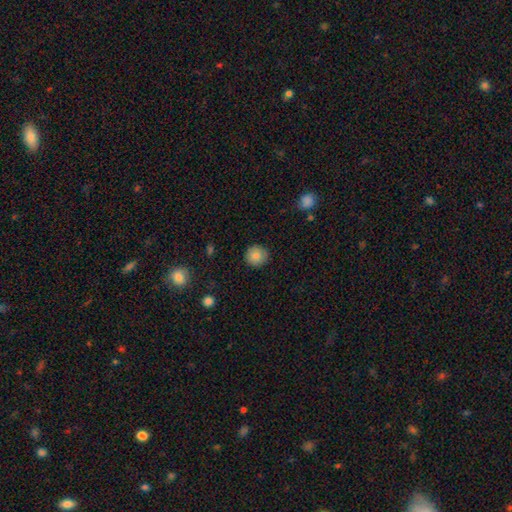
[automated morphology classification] The model was most divided on "smooth or featured": smooth: 85%, star or artifact: 9%, featured or disk: 6%. More confident: how rounded — round (93%); merging — none (89%).